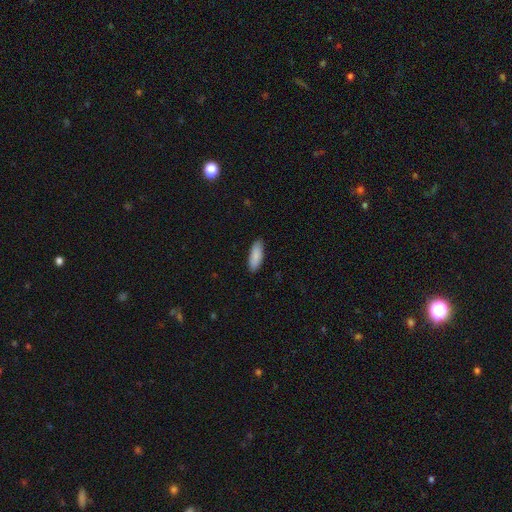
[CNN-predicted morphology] Smooth or featured: smooth — 88% (featured or disk — 7%)
How rounded: in between — 66% (cigar-shaped — 33%)
Merging: none — 88% (minor disturbance — 9%)